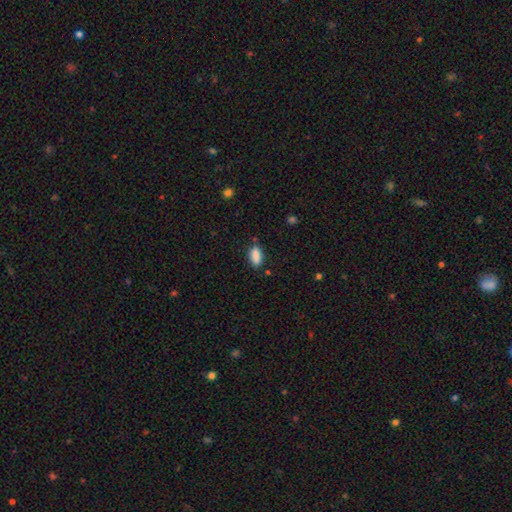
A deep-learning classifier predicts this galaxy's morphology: A smooth galaxy with no disk features (87%) that is in between round and cigar-shaped (85%). Merging: none (81%).